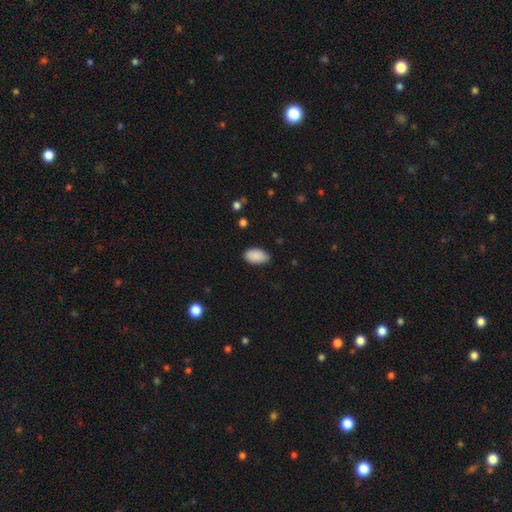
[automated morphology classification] Overall: smooth (90%). How rounded: in between (94%). Merging: none (80%).